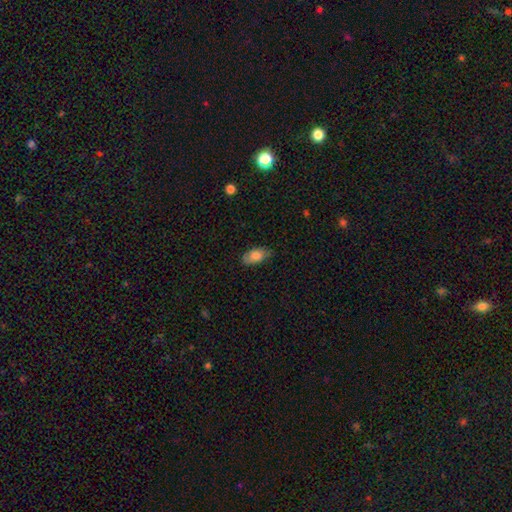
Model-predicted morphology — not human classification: Smooth or featured? smooth (77%)
How rounded? in between (92%)
Merging? none (74%)